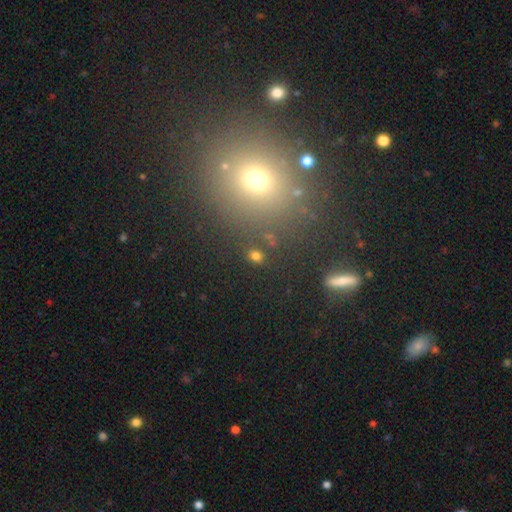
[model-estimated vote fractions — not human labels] Q: Smooth or featured?
A: smooth (73%); runner-up: star or artifact (21%)
Q: How rounded?
A: round (50%); runner-up: in between (48%)
Q: Merging?
A: none (83%); runner-up: minor disturbance (9%)